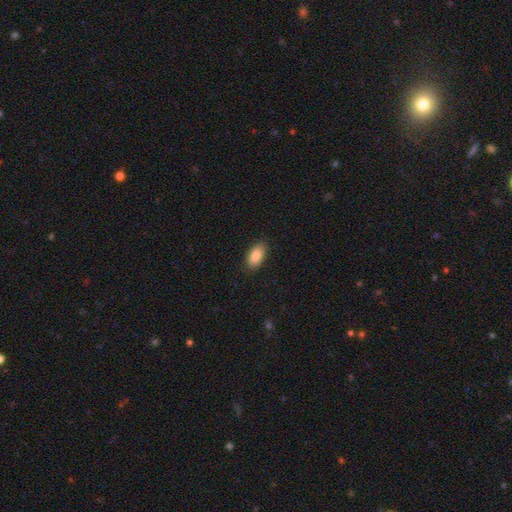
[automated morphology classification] smooth-or-featured: smooth: 87% | star or artifact: 7% | featured or disk: 6%
  how-rounded: in between: 93% | cigar-shaped: 4% | round: 3%
  merging: none: 87% | minor disturbance: 10% | major disturbance: 2% | merger: 1%